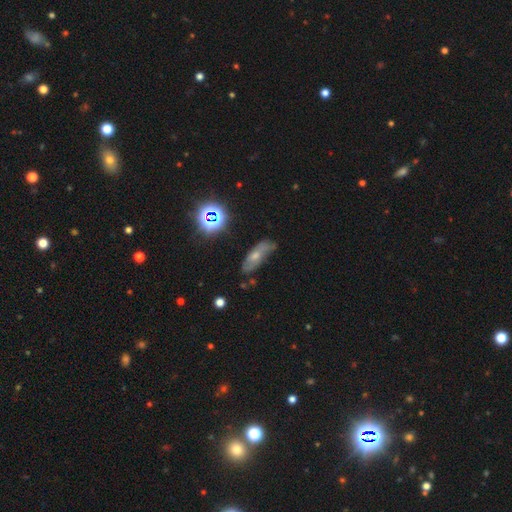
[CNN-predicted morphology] The model was most divided on "smooth or featured": smooth: 46%, featured or disk: 38%, star or artifact: 16%. More confident: merging — none (51%).